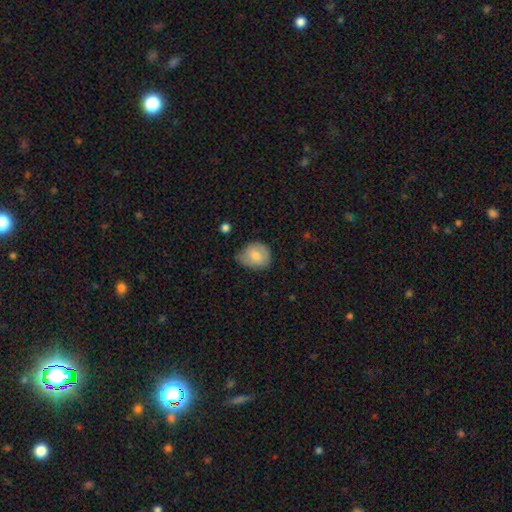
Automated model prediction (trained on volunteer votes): A smooth galaxy with no disk features (74%) that is round (66%). Merging: none (53%).